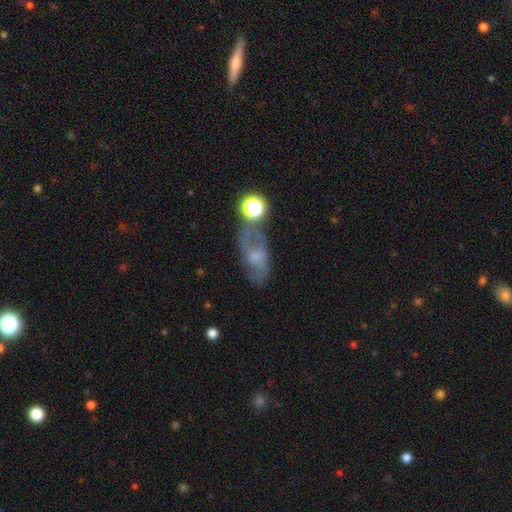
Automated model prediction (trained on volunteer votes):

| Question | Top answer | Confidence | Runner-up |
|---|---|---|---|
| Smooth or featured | featured or disk | 53% | smooth (31%) |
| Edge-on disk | no | 89% | yes (11%) |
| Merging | none | 53% | minor disturbance (22%) |